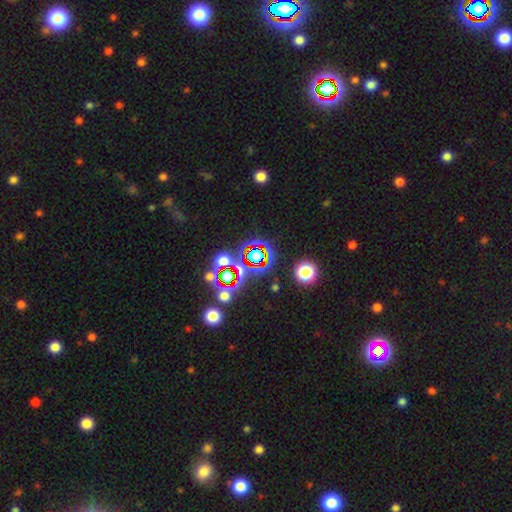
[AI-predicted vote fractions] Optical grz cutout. It shows a star or artifact, not a galaxy (68%).